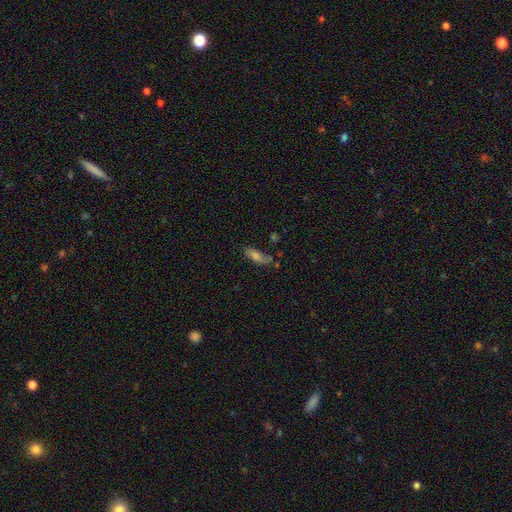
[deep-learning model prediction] smooth-or-featured: smooth: 62% | featured or disk: 24% | star or artifact: 13%
  how-rounded: in between: 61% | cigar-shaped: 35% | round: 4%
  merging: none: 58% | minor disturbance: 25% | major disturbance: 11% | merger: 7%